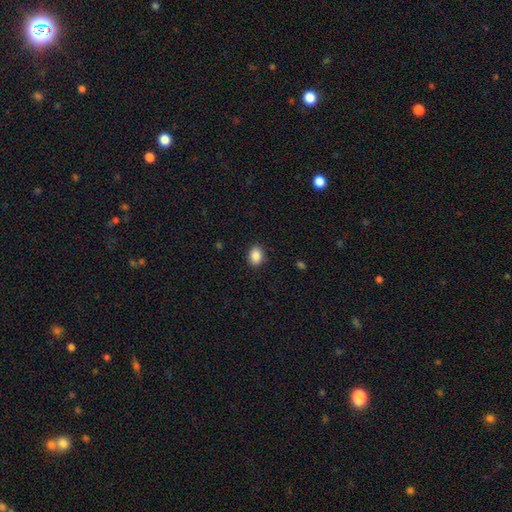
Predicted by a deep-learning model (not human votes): smooth_or_featured: smooth (p=0.87) [alt: star or artifact p=0.09]
how_rounded: in between (p=0.61) [alt: round p=0.38]
merging: none (p=0.89) [alt: minor disturbance p=0.08]